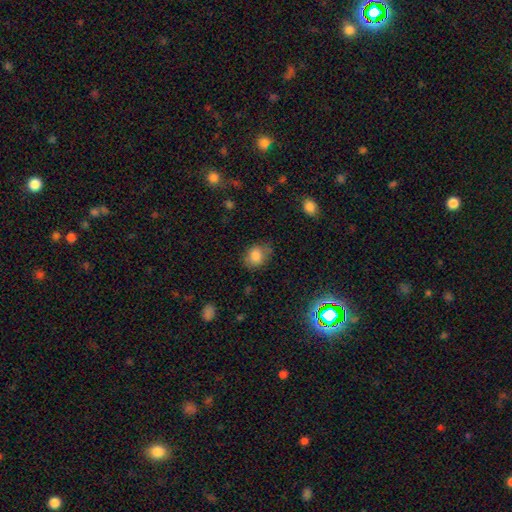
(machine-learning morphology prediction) Smooth or featured? Predicted: smooth (p=0.82). How rounded? Predicted: round (p=0.54). Merging? Predicted: none (p=0.68).